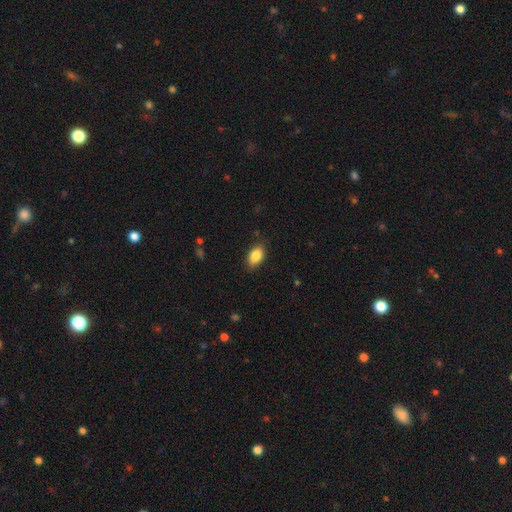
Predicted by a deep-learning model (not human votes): This is clearly a smooth galaxy (86%). How rounded: clearly in between (90%). Merging: clearly none (82%).